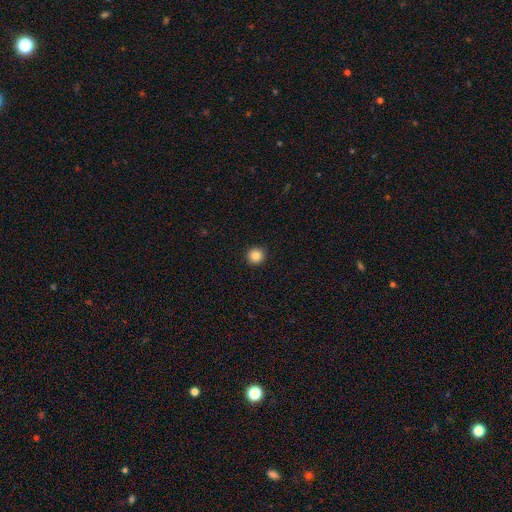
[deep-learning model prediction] This appears to be a smooth galaxy with no disk features (84%) that is round (95%). Merging: none (93%).